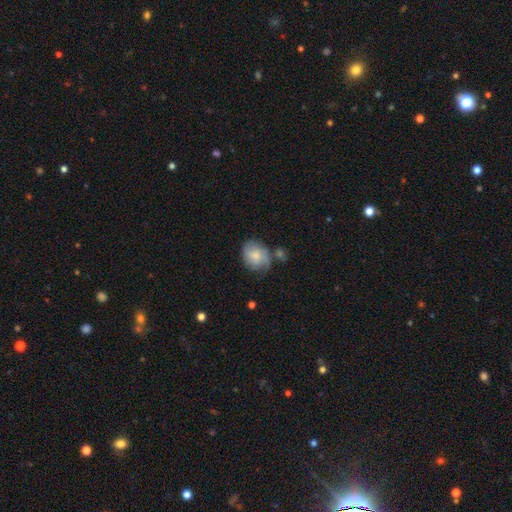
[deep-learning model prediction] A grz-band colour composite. It shows a smooth galaxy with no disk features (60%) that is in between round and cigar-shaped (53%). Merging: none (49%).